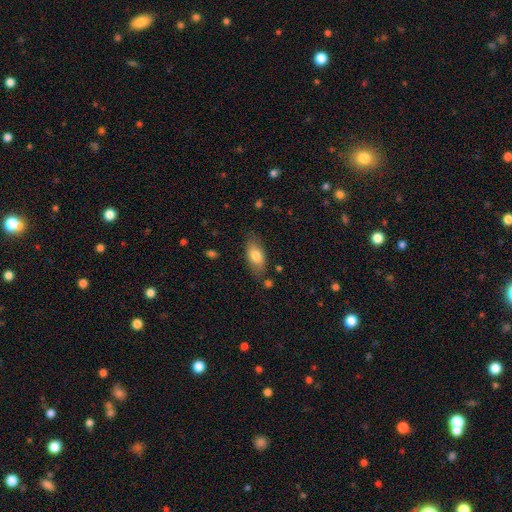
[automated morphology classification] type=smooth (77%); roundness=in between (89%); merging=none (77%).